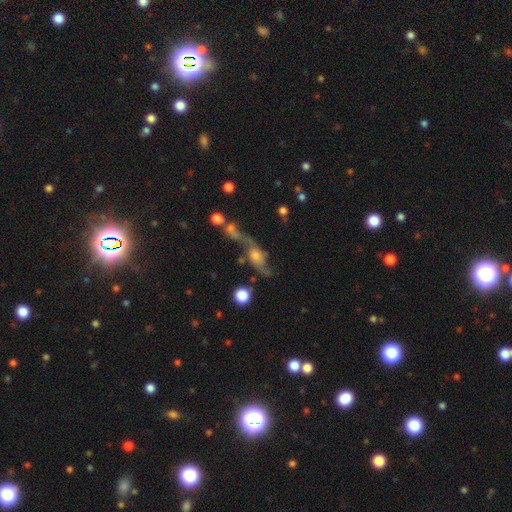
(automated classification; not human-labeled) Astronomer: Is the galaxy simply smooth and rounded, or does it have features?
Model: featured or disk — 74%.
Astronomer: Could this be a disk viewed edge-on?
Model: no — 85%.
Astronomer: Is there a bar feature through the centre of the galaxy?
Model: no — 69%.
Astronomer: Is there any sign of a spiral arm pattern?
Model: yes — 88%.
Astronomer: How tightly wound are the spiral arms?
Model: loose — 82%.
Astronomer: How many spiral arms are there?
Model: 2 — 87%.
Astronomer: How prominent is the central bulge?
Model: moderate — 43% (runner-up: small, 33%).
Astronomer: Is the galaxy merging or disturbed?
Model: none — 33% (runner-up: merger, 29%).